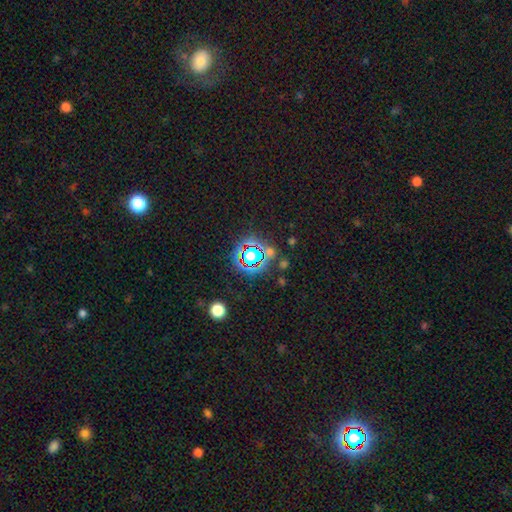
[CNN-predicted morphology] smooth_or_featured: star or artifact (p=0.78) [alt: smooth p=0.13]